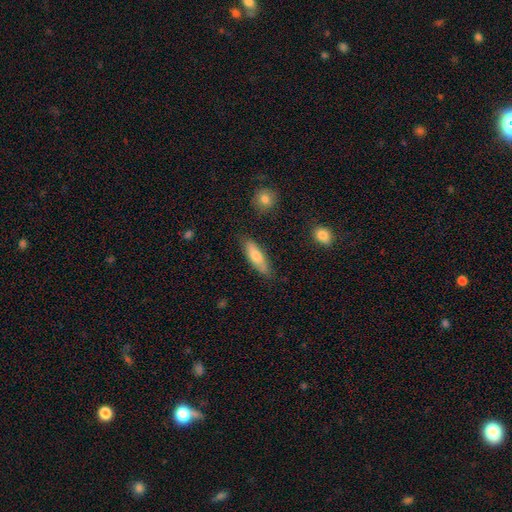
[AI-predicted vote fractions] Smooth or featured: smooth — 73% (featured or disk — 21%)
How rounded: cigar-shaped — 50% (in between — 48%)
Merging: none — 81% (minor disturbance — 14%)